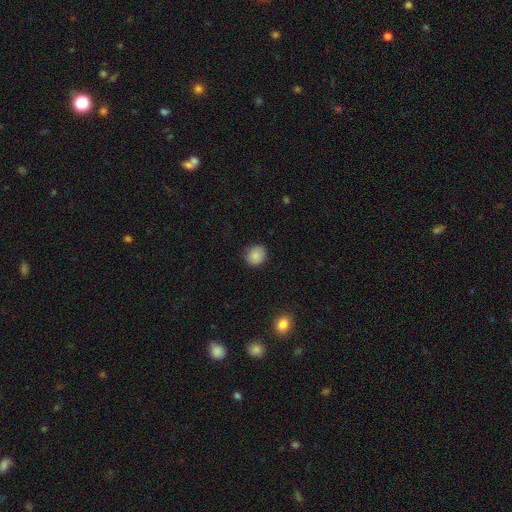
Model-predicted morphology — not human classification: type=smooth (87%); roundness=round (82%); merging=none (87%).